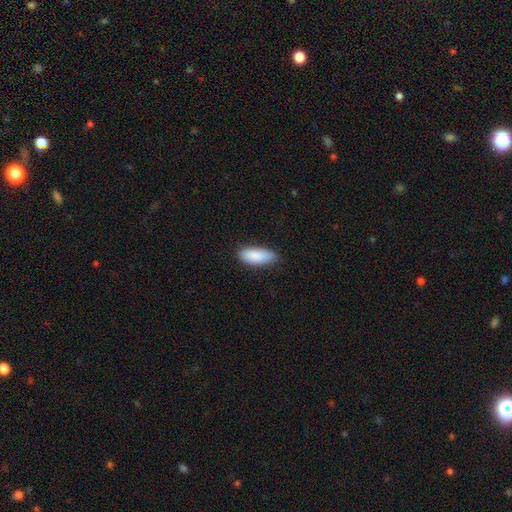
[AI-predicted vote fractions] Smooth or featured? Predicted: smooth (p=0.89). How rounded? Predicted: in between (p=0.77). Merging? Predicted: none (p=0.80).